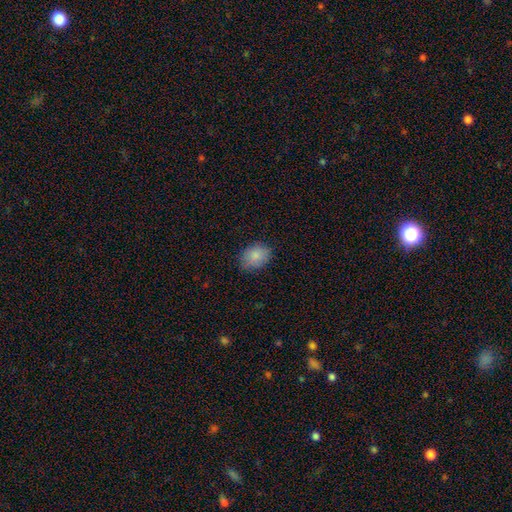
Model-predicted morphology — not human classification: A smooth galaxy with no disk features (84%) that is in between round and cigar-shaped (56%). Merging: none (81%).